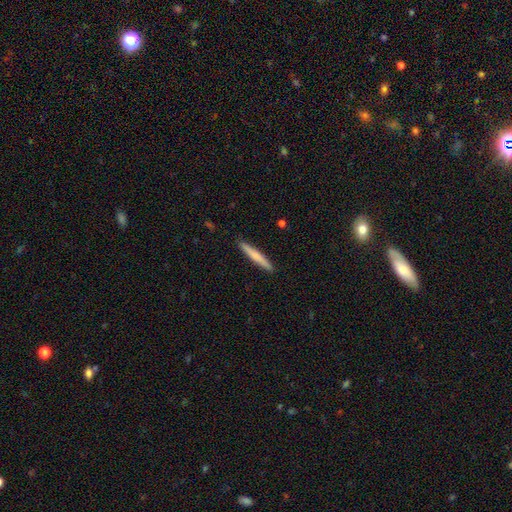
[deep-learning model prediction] Q: Smooth or featured?
A: smooth (68%); runner-up: featured or disk (27%)
Q: How rounded?
A: cigar-shaped (96%); runner-up: in between (3%)
Q: Merging?
A: none (92%); runner-up: minor disturbance (6%)